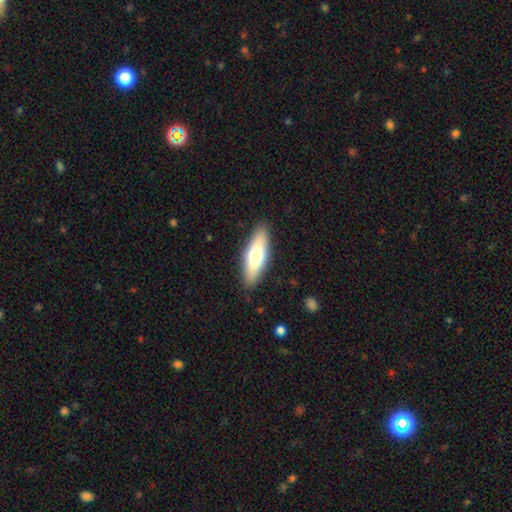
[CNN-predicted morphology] smooth 66%, featured or disk 28%, star or artifact 6%. Down the decision tree: how rounded — in between (55%); merging — none (88%).